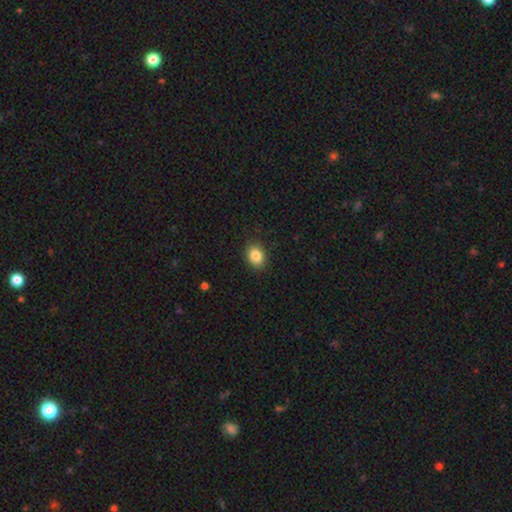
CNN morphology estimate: Smooth or featured: smooth — 85% (star or artifact — 9%)
How rounded: in between — 57% (round — 42%)
Merging: none — 88% (minor disturbance — 9%)